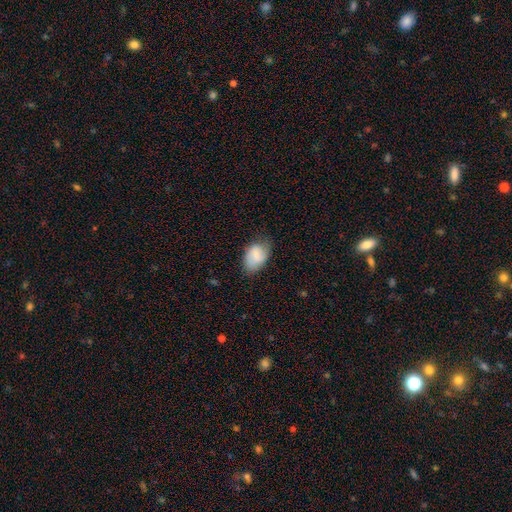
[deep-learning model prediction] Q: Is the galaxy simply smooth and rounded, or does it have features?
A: smooth — 78%.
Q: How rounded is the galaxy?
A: in between — 86%.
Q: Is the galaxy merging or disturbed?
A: none — 63%.